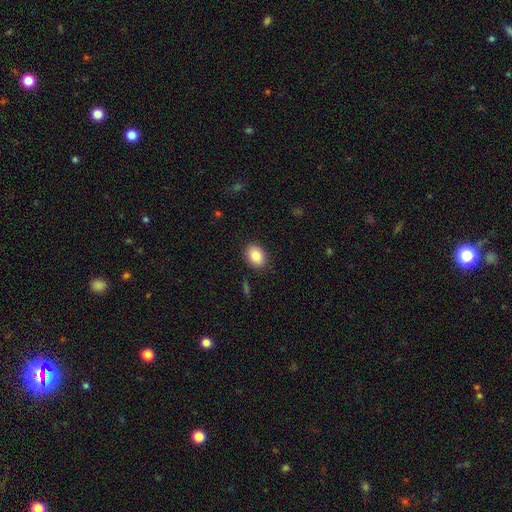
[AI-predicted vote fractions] Smooth or featured? Predicted: smooth (p=0.87). How rounded? Predicted: in between (p=0.70). Merging? Predicted: none (p=0.88).